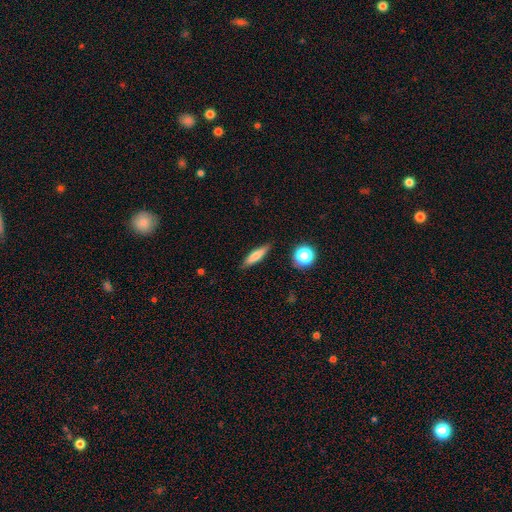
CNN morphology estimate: smooth_or_featured: smooth (p=0.70) [alt: featured or disk p=0.22]
how_rounded: cigar-shaped (p=0.72) [alt: in between p=0.25]
merging: none (p=0.86) [alt: minor disturbance p=0.10]